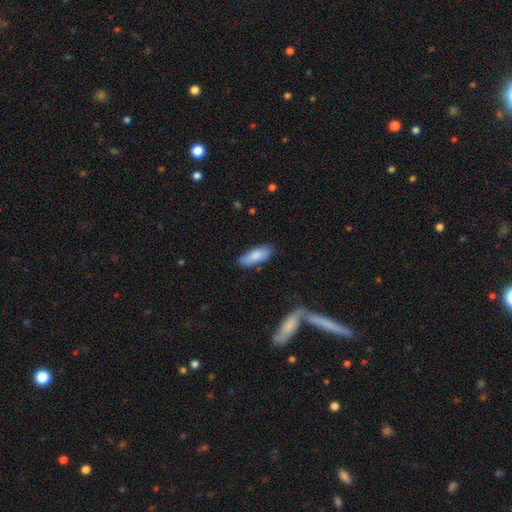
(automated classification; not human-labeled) smooth_or_featured: smooth (p=0.82) [alt: featured or disk p=0.13]
how_rounded: in between (p=0.72) [alt: cigar-shaped p=0.26]
merging: none (p=0.81) [alt: minor disturbance p=0.14]